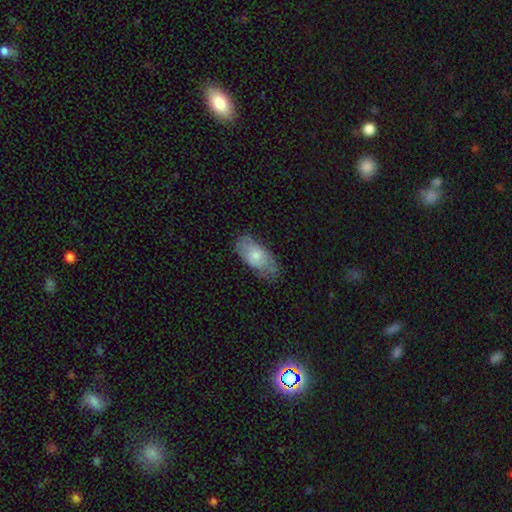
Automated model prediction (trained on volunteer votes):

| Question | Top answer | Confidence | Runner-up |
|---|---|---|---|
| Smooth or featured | smooth | 66% | featured or disk (28%) |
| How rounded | in between | 90% | cigar-shaped (6%) |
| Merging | none | 60% | minor disturbance (30%) |